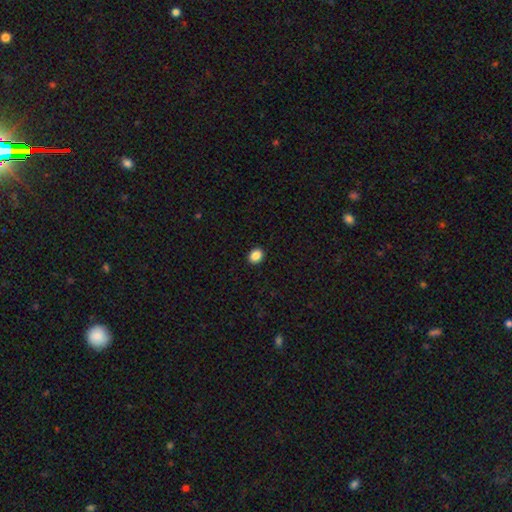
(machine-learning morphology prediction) smooth 88%, star or artifact 9%, featured or disk 3%. Down the decision tree: how rounded — round (50%); merging — none (92%).